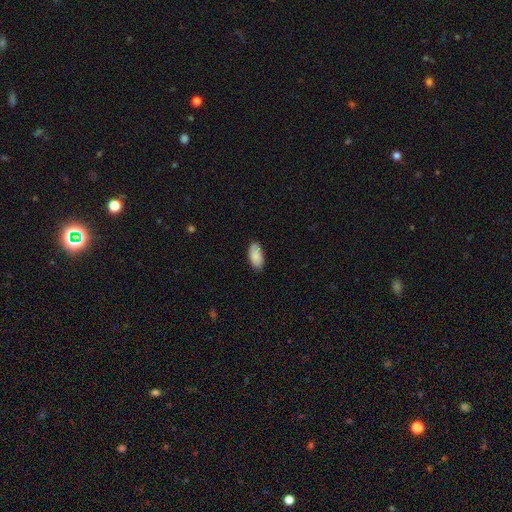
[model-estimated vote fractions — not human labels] smooth_or_featured: smooth (p=0.83) [alt: featured or disk p=0.11]
how_rounded: in between (p=0.94) [alt: cigar-shaped p=0.04]
merging: none (p=0.81) [alt: minor disturbance p=0.16]